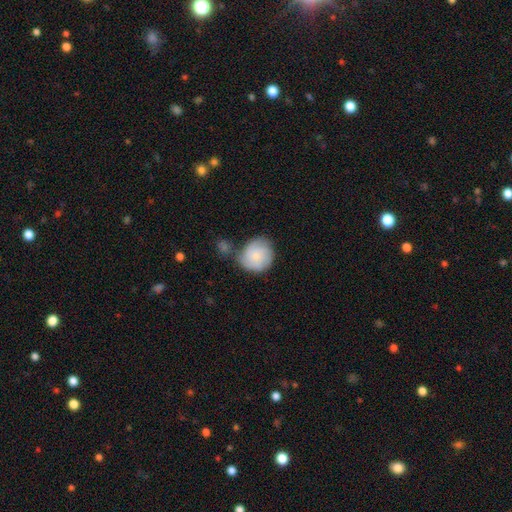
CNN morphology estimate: A smooth galaxy with no disk features (49%).

Vote fractions:
- Smooth or featured? smooth: 49% / featured or disk: 44% / star or artifact: 7%
- Merging? none: 51% / minor disturbance: 22% / merger: 18% / major disturbance: 9%